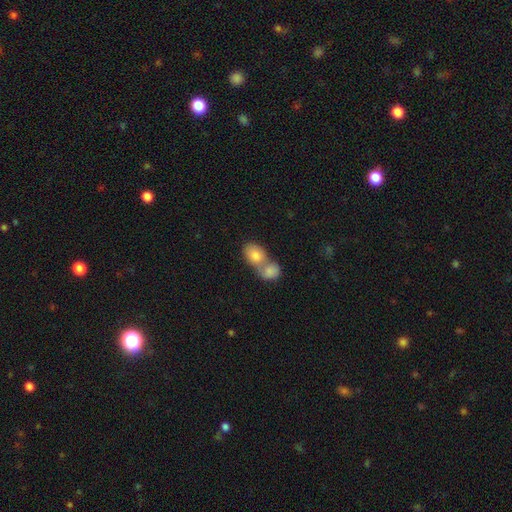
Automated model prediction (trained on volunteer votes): Overall: smooth (80%). How rounded: in between (60%; round 39%). Merging: merger (73%).